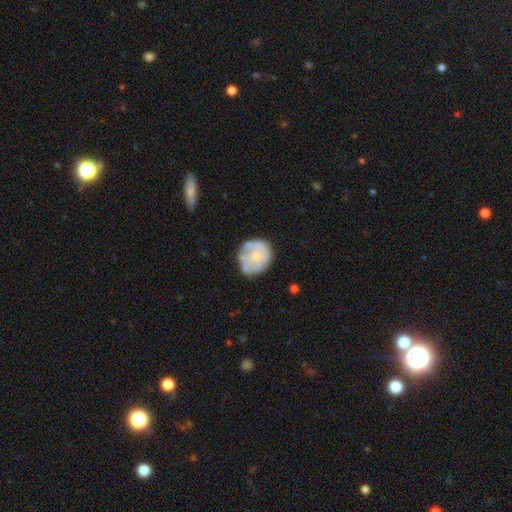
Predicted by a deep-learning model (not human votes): Morphology: type=featured or disk (61%); edge-on=no (98%); bar=no (84%); spiral arms=yes (53%); bulge=small (50%); merging=none (62%).